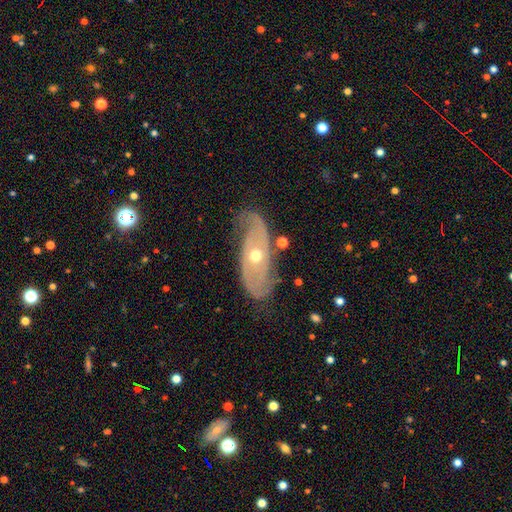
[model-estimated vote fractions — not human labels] Morphology: type=featured or disk (80%); edge-on=no (88%); bar=no (81%); spiral arms=yes (76%); winding=tight (44%); arm count=2 (60%); bulge=moderate (70%); merging=none (59%).